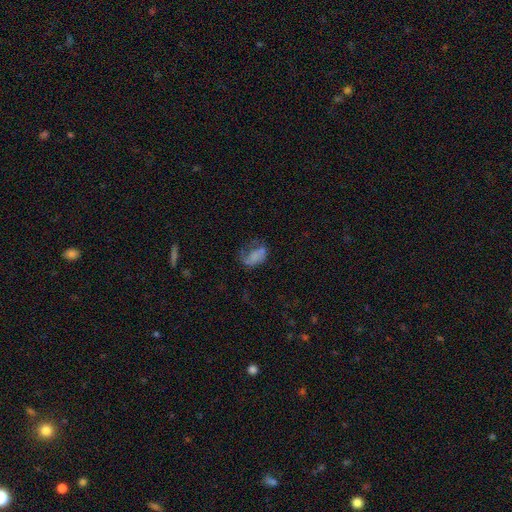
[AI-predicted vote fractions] Smooth or featured?
  - smooth: 55% *
  - featured or disk: 31%
  - star or artifact: 14%
How rounded?
  - in between: 84% *
  - round: 14%
  - cigar-shaped: 2%
Merging?
  - major disturbance: 42% *
  - none: 28%
  - minor disturbance: 24%
  - merger: 5%